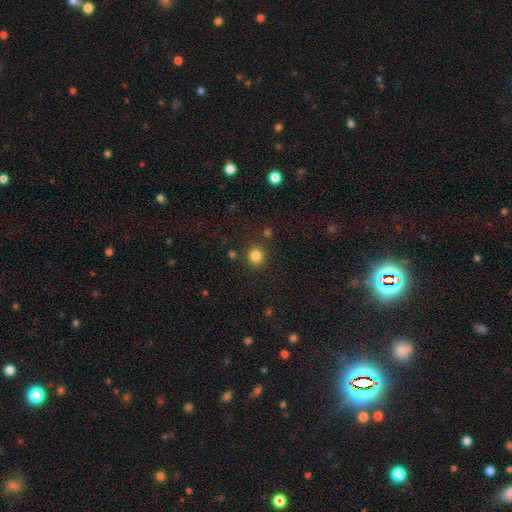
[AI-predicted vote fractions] Morphology: type=smooth (84%); roundness=round (91%); merging=none (88%).